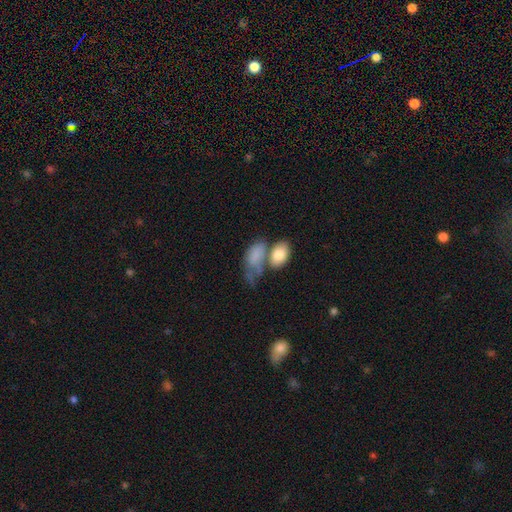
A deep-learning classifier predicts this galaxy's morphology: This appears to be a smooth galaxy with no disk features (75%) that is in between round and cigar-shaped (90%). Merging: merger (42%).